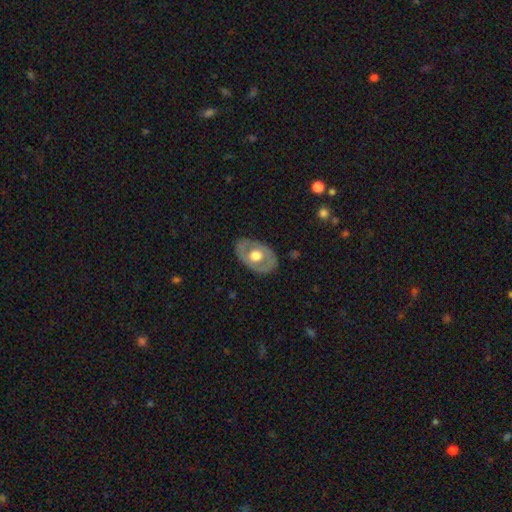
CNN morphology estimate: The model was most divided on "smooth or featured": featured or disk: 54%, smooth: 41%, star or artifact: 5%. More confident: edge-on disk — no (89%); merging — none (80%).